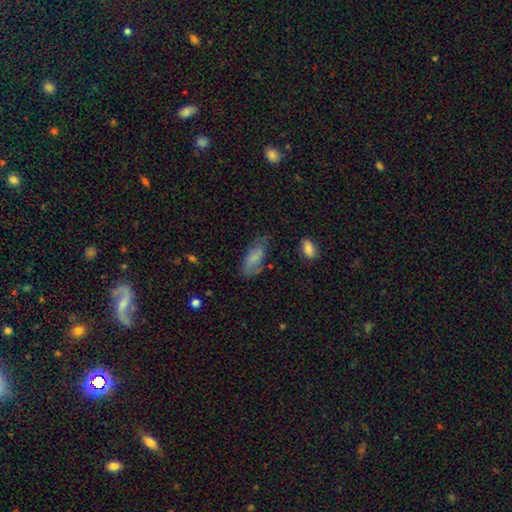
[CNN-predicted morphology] The model was most divided on "merging": none: 62%, minor disturbance: 27%, major disturbance: 8%, merger: 3%. More confident: how rounded — in between (81%); smooth or featured — smooth (74%).